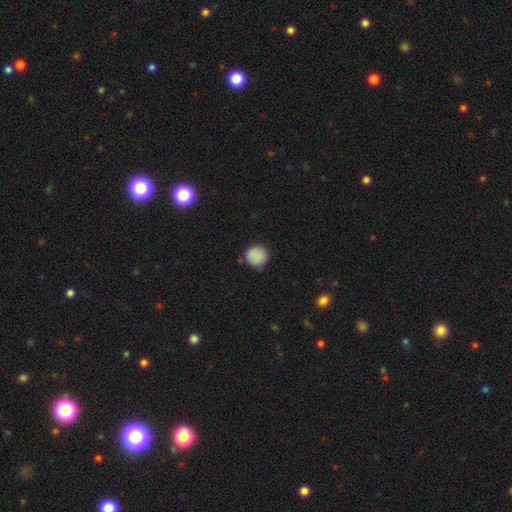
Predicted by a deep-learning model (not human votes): The model was most divided on "merging": none: 84%, minor disturbance: 12%, major disturbance: 3%, merger: 2%. More confident: how rounded — round (93%); smooth or featured — smooth (88%).